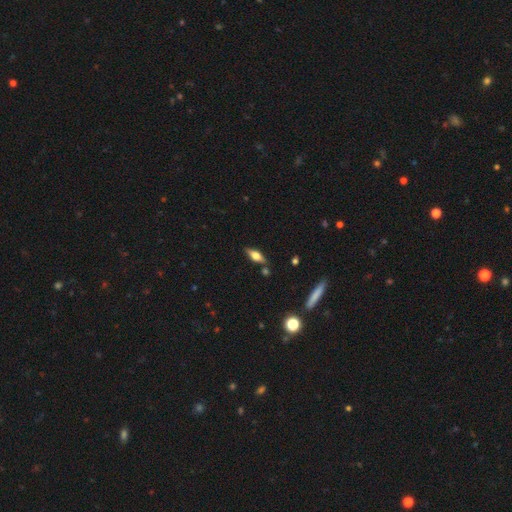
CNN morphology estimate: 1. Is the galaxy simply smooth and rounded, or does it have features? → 47% featured or disk, 45% smooth, 7% star or artifact.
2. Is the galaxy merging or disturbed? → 81% none, 12% minor disturbance, 4% merger, 3% major disturbance.